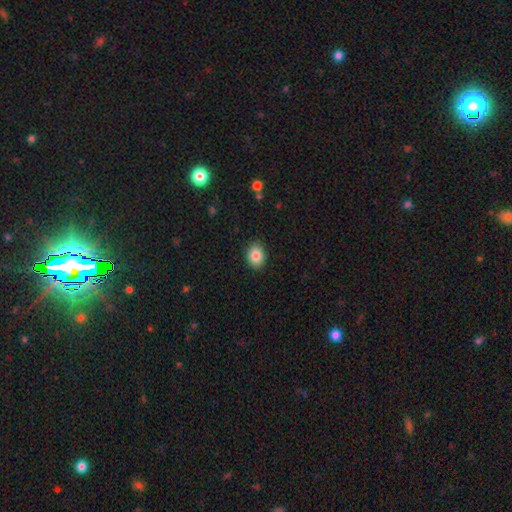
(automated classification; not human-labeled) A smooth galaxy with no disk features (85%) that is in between round and cigar-shaped (52%). Merging: none (89%).